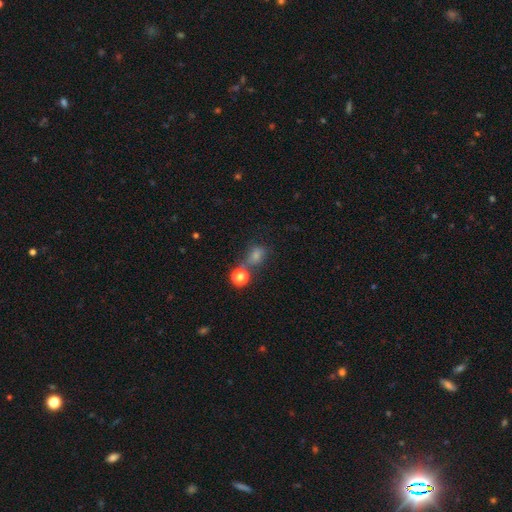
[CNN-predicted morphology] A smooth galaxy with no disk features (71%) that is in between round and cigar-shaped (54%). Merging: none (49%).